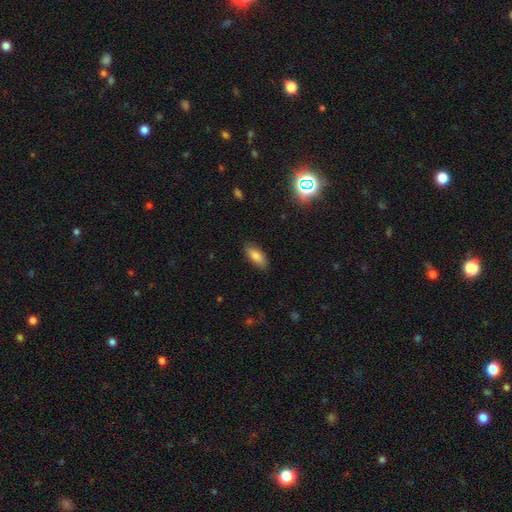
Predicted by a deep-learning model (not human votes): A smooth galaxy with no disk features (83%) that is in between round and cigar-shaped (80%).

Vote fractions:
- Smooth or featured? smooth: 83% / featured or disk: 10% / star or artifact: 8%
- How rounded? in between: 80% / cigar-shaped: 18% / round: 2%
- Merging? none: 86% / minor disturbance: 10% / major disturbance: 2% / merger: 1%